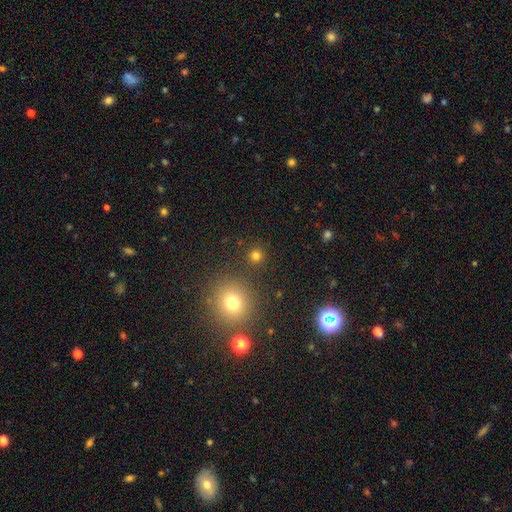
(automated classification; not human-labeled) Smooth or featured?
  - smooth: 77% *
  - star or artifact: 18%
  - featured or disk: 5%
How rounded?
  - round: 93% *
  - in between: 6%
  - cigar-shaped: 1%
Merging?
  - none: 88% *
  - minor disturbance: 6%
  - merger: 4%
  - major disturbance: 3%